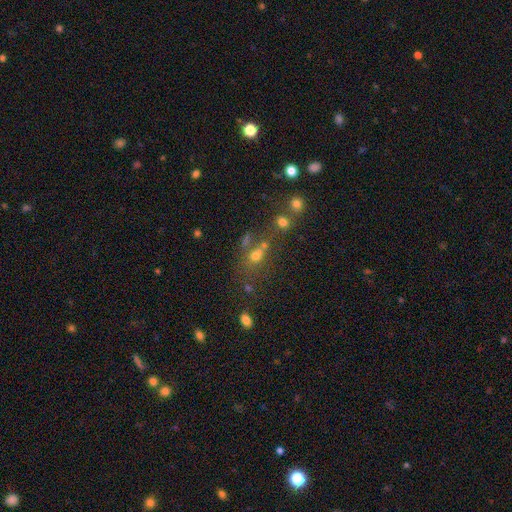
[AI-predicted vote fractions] Morphology: type=smooth (60%); roundness=round (60%); merging=none (44%).